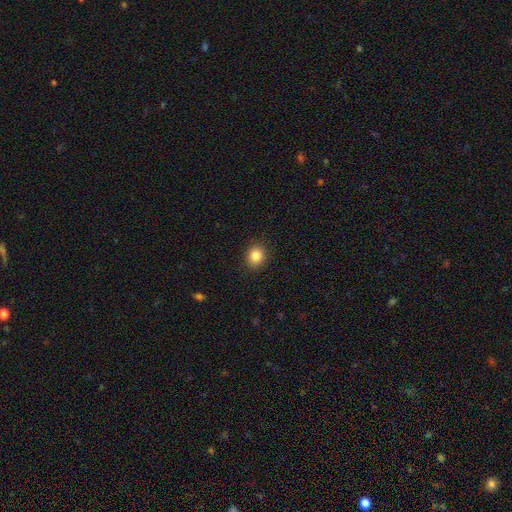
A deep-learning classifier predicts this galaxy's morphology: This is clearly a smooth galaxy (85%). How rounded: likely round (67%). Merging: clearly none (90%).